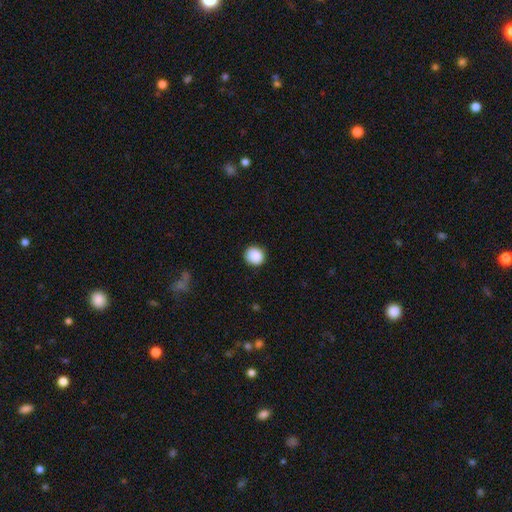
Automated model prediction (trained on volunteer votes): Smooth or featured? Predicted: smooth (p=0.89). How rounded? Predicted: round (p=0.87). Merging? Predicted: none (p=0.88).